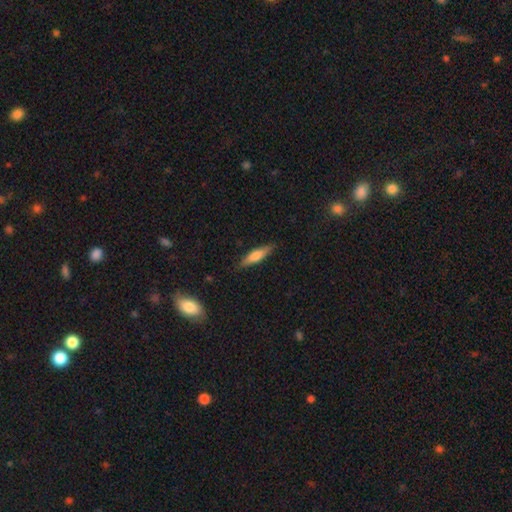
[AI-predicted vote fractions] This appears to be a smooth galaxy with no disk features (62%) that is cigar-shaped (75%). Merging: none (85%).